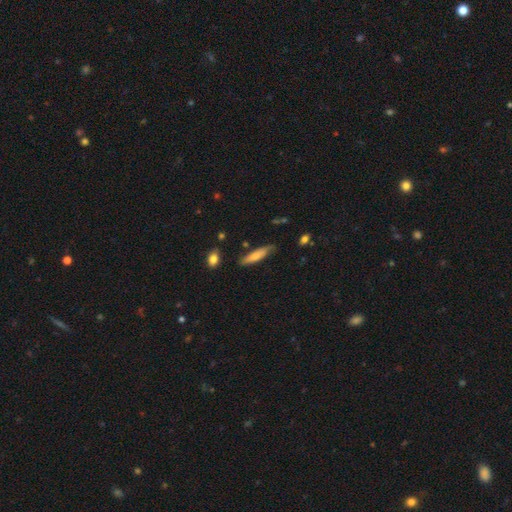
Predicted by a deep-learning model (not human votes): smooth-or-featured: smooth: 70% | featured or disk: 23% | star or artifact: 6%
  how-rounded: cigar-shaped: 77% | in between: 21% | round: 2%
  merging: none: 74% | minor disturbance: 20% | major disturbance: 3% | merger: 2%